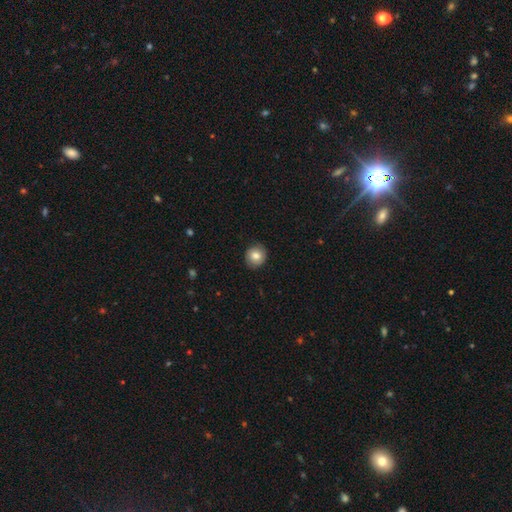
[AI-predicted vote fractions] Morphology: type=smooth (80%); roundness=round (84%); merging=none (88%).